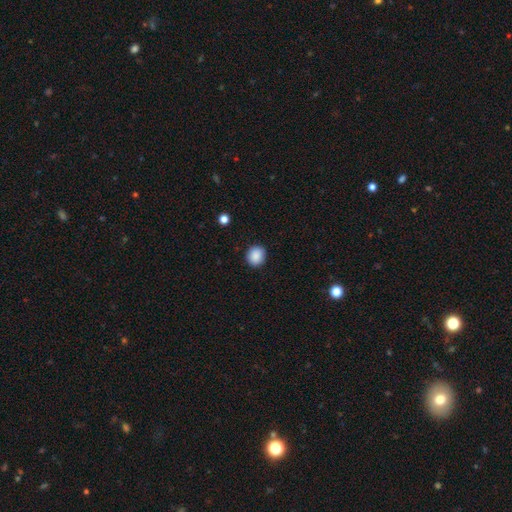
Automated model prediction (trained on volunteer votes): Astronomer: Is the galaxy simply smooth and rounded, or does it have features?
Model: smooth — 89%.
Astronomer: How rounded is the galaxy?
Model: round — 82%.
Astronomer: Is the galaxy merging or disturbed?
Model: none — 90%.